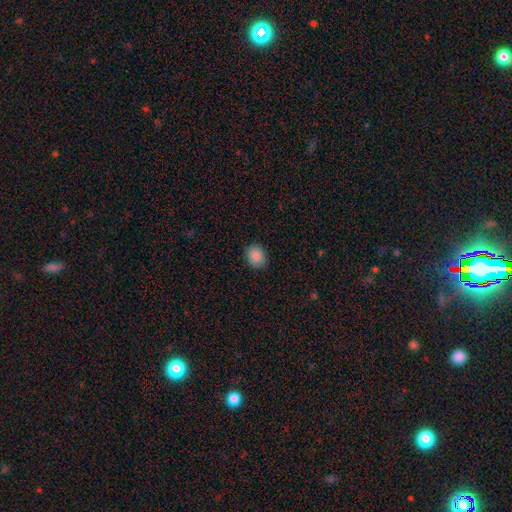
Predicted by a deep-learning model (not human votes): Overall: smooth (88%). How rounded: round (56%; in between 44%). Merging: none (87%).